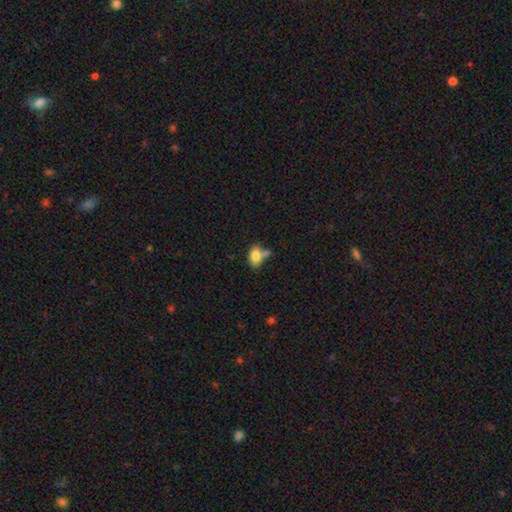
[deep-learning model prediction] This appears to be a smooth galaxy with no disk features (78%) that is in between round and cigar-shaped (80%). Merging: none (41%).